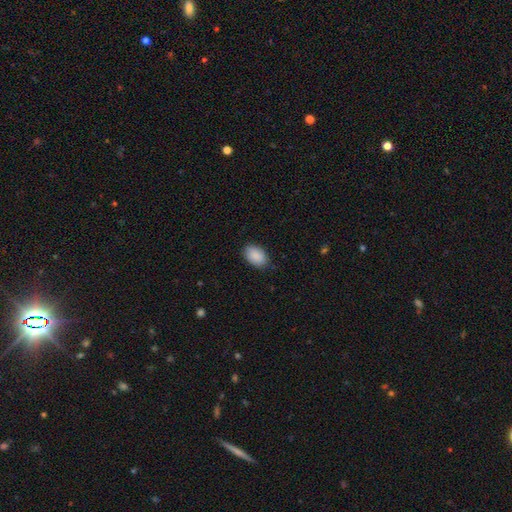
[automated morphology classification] smooth-or-featured: smooth: 90% | star or artifact: 6% | featured or disk: 4%
  how-rounded: in between: 89% | round: 10% | cigar-shaped: 1%
  merging: none: 83% | minor disturbance: 14% | major disturbance: 3% | merger: 1%